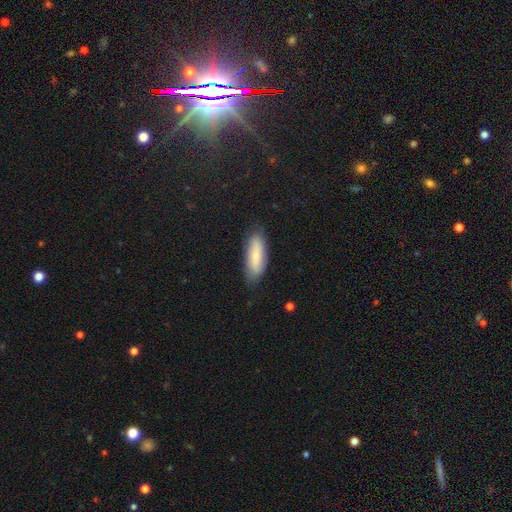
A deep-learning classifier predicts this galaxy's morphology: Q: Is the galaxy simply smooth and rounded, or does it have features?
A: smooth — 75%.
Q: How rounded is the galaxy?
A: in between — 62%.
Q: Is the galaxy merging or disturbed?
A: none — 80%.